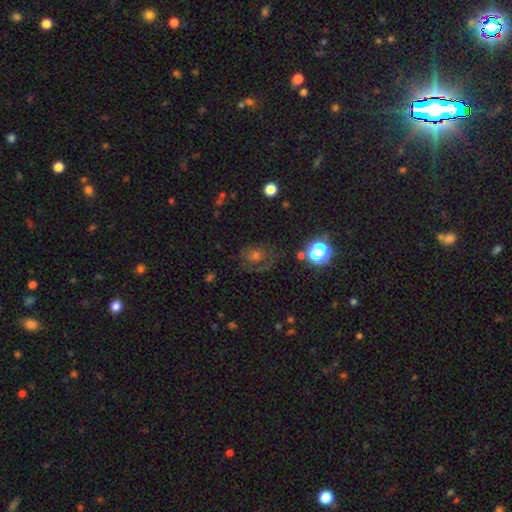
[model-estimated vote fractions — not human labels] This appears to be a smooth galaxy with no disk features (42%). Merging: none (59%).